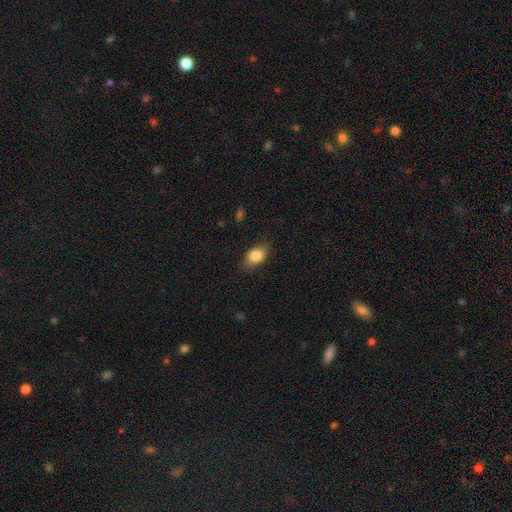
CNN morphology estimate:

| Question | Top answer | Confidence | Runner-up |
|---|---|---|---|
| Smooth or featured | smooth | 83% | featured or disk (9%) |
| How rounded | in between | 84% | round (13%) |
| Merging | none | 82% | minor disturbance (14%) |